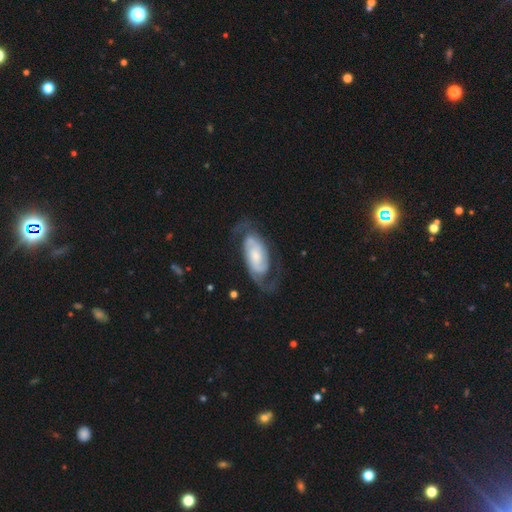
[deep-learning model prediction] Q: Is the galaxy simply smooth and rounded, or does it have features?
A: featured or disk — 82%.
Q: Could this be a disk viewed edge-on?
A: no — 95%.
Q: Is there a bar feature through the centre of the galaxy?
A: no — 54%.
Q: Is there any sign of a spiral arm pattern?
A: yes — 94%.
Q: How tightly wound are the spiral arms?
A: medium — 44%.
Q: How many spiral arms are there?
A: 2 — 83%.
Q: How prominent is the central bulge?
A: small — 46%.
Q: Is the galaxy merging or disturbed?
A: none — 63%.